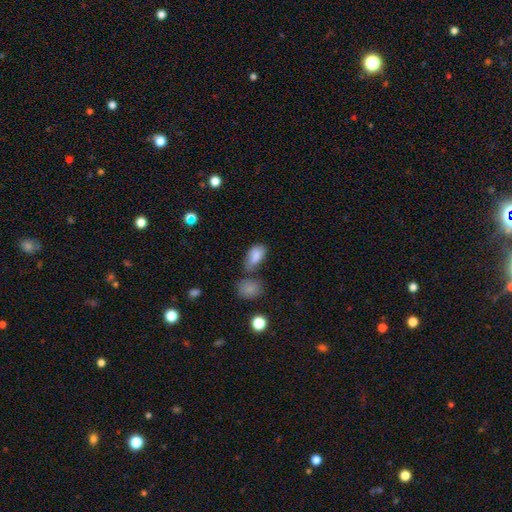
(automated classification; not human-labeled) Smooth or featured: smooth — 84% (star or artifact — 8%)
How rounded: in between — 93% (round — 5%)
Merging: none — 49% (merger — 22%)